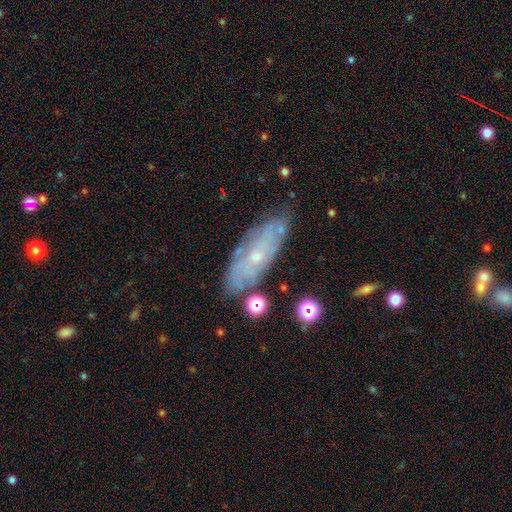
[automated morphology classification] Q: Smooth or featured?
A: featured or disk (64%); runner-up: smooth (27%)
Q: Edge-on disk?
A: no (79%); runner-up: yes (21%)
Q: Bar?
A: no (81%); runner-up: weak (15%)
Q: Spiral arms?
A: yes (65%); runner-up: no (35%)
Q: Bulge size?
A: small (80%); runner-up: moderate (16%)
Q: Merging?
A: none (74%); runner-up: minor disturbance (18%)